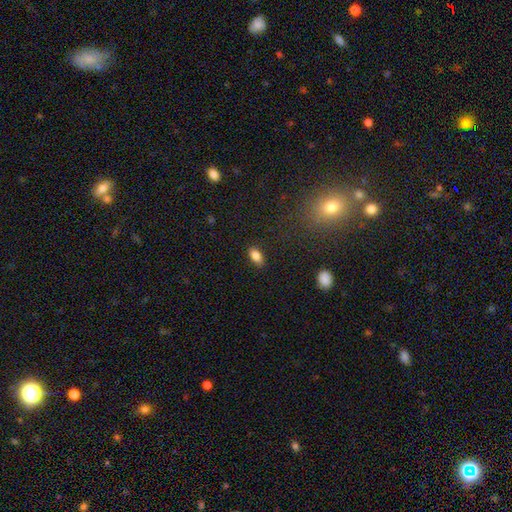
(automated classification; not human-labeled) smooth-or-featured: smooth: 84% | star or artifact: 9% | featured or disk: 6%
  how-rounded: in between: 90% | round: 6% | cigar-shaped: 4%
  merging: none: 87% | minor disturbance: 9% | major disturbance: 2% | merger: 1%